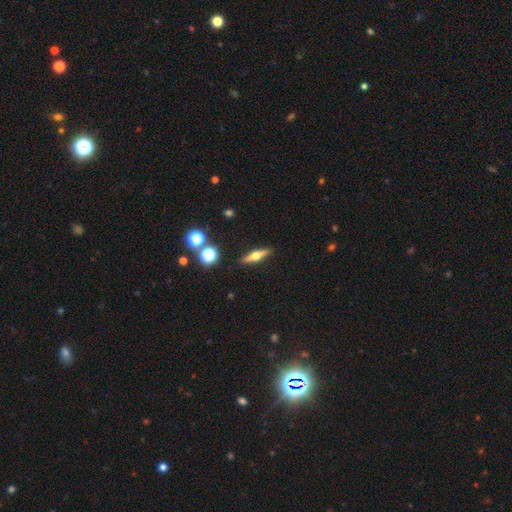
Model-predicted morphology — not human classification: This appears to be a featured or disk galaxy (60%) viewed edge-on (95%) with a rounded central bulge (95%). Merging: none (90%).